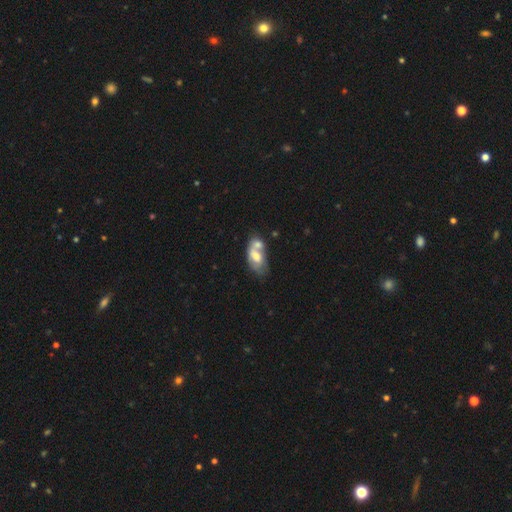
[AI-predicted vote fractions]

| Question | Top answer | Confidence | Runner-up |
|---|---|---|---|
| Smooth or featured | smooth | 52% | featured or disk (41%) |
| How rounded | in between | 88% | round (8%) |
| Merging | merger | 59% | none (20%) |